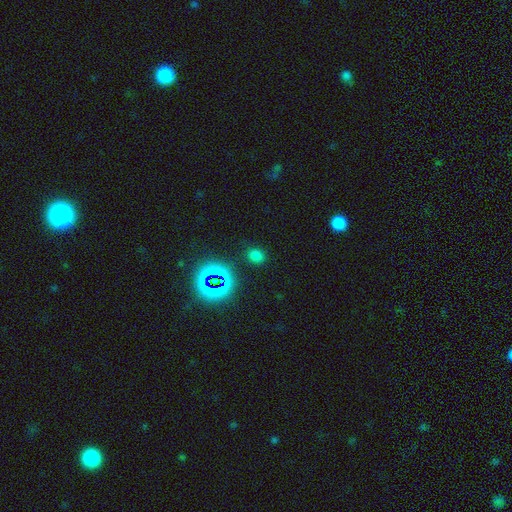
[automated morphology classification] This is likely a smooth galaxy (66%). How rounded: possibly in between (51%). Merging: clearly none (84%).